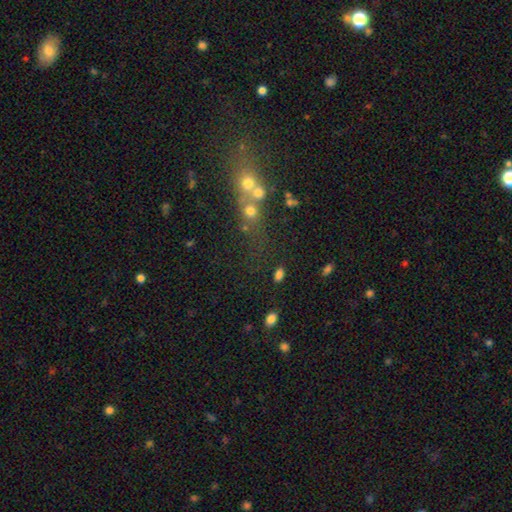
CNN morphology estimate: Smooth or featured? star or artifact (38%)